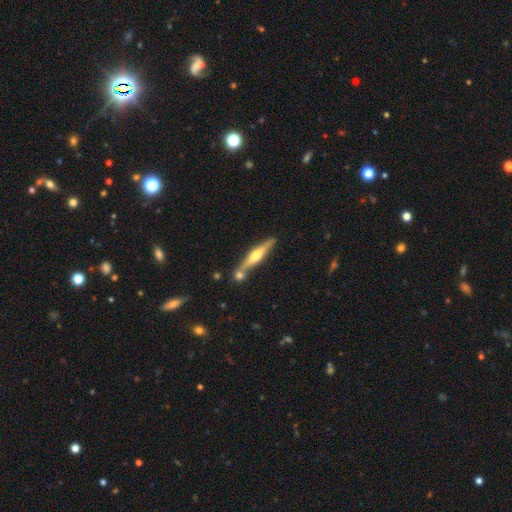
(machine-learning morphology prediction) smooth_or_featured: featured or disk (p=0.68) [alt: smooth p=0.27]
disk_edge_on: yes (p=0.96) [alt: no p=0.04]
edge_on_bulge: rounded (p=0.93) [alt: none p=0.04]
merging: none (p=0.68) [alt: merger p=0.19]